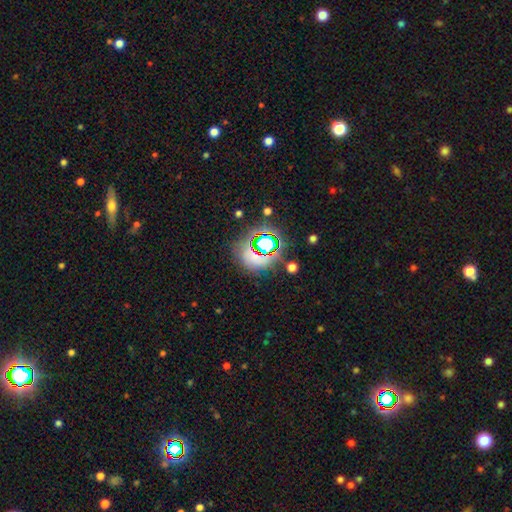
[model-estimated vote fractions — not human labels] Smooth or featured? star or artifact (50%)